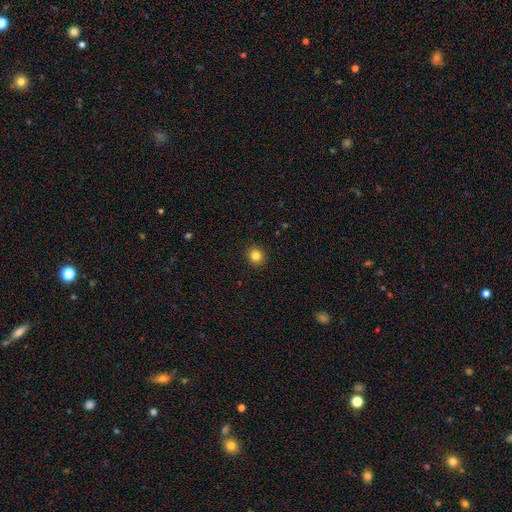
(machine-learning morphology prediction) type=smooth (83%); roundness=round (88%); merging=none (92%).